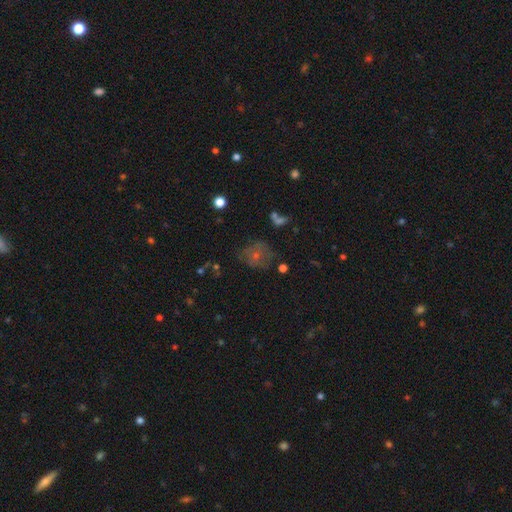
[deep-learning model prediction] Morphology: type=smooth (43%); merging=none (62%).